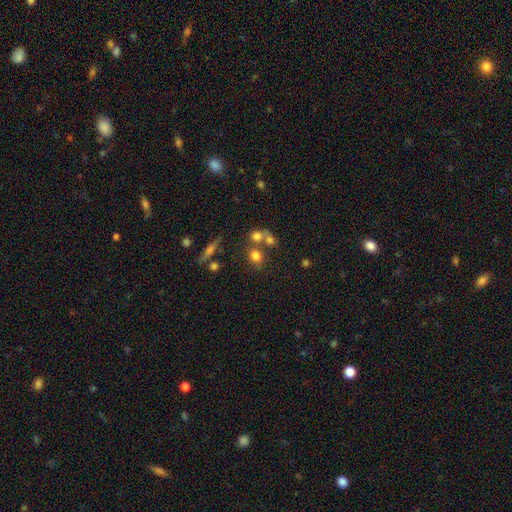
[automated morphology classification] smooth-or-featured: smooth: 73% | star or artifact: 14% | featured or disk: 13%
  how-rounded: round: 77% | in between: 21% | cigar-shaped: 2%
  merging: none: 54% | merger: 32% | minor disturbance: 10% | major disturbance: 5%